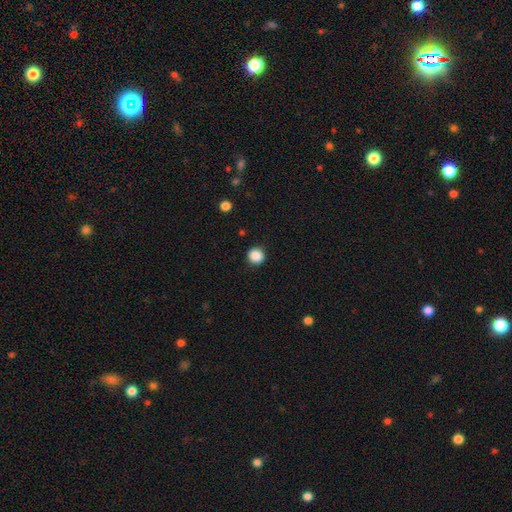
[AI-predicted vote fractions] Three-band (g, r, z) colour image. It shows a smooth galaxy with no disk features (88%) that is round (94%). Merging: none (91%).